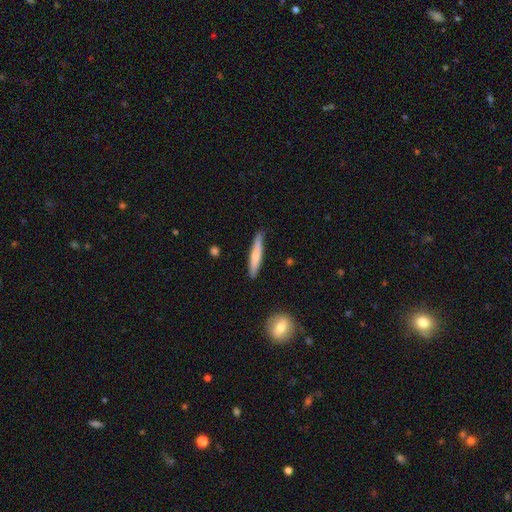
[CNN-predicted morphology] Smooth or featured? Predicted: smooth (p=0.68). How rounded? Predicted: cigar-shaped (p=0.92). Merging? Predicted: none (p=0.84).